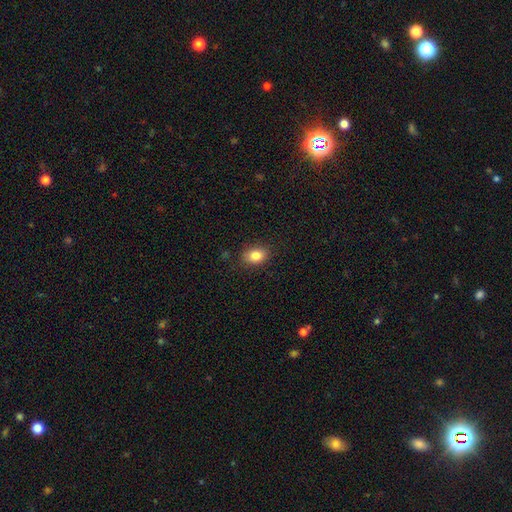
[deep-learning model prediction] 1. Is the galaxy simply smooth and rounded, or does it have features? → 84% smooth, 9% star or artifact, 7% featured or disk.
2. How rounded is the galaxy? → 73% in between, 26% round, 1% cigar-shaped.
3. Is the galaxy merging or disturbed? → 86% none, 10% minor disturbance, 3% major disturbance, 1% merger.